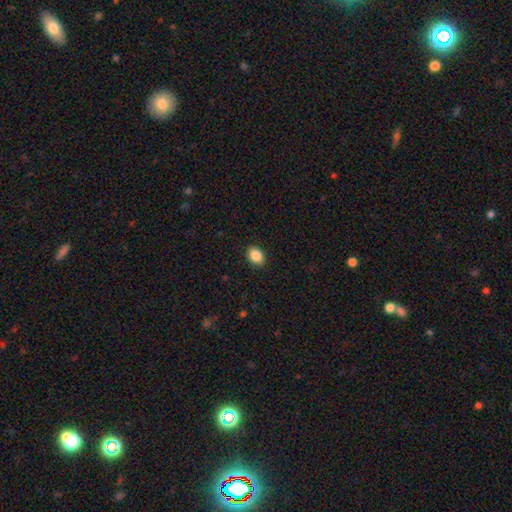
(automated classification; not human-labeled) This appears to be a smooth galaxy with no disk features (88%) that is in between round and cigar-shaped (74%). Merging: none (90%).